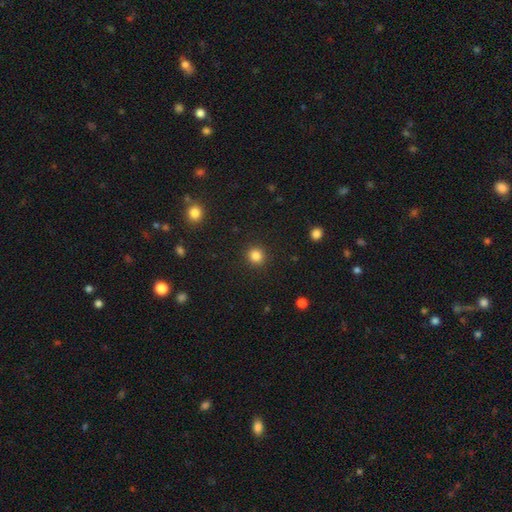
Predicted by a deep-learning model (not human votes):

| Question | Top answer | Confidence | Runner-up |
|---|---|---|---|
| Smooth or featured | smooth | 84% | star or artifact (12%) |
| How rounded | round | 93% | in between (6%) |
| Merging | none | 92% | minor disturbance (5%) |